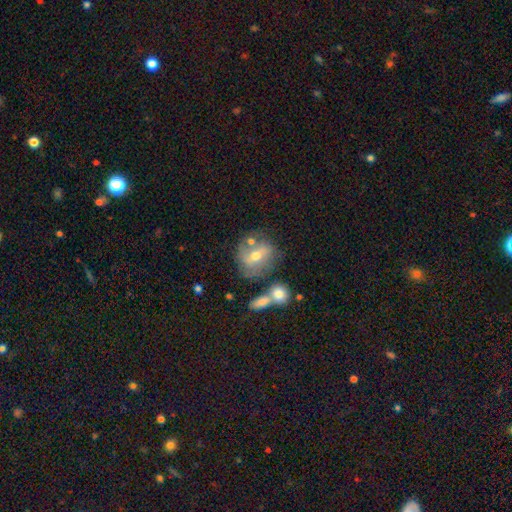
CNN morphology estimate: featured or disk 53%, smooth 37%, star or artifact 10%. Down the decision tree: edge-on disk — no (94%); bar — weak (39%); spiral arms — yes (58%); bulge size — moderate (68%); merging — none (51%).